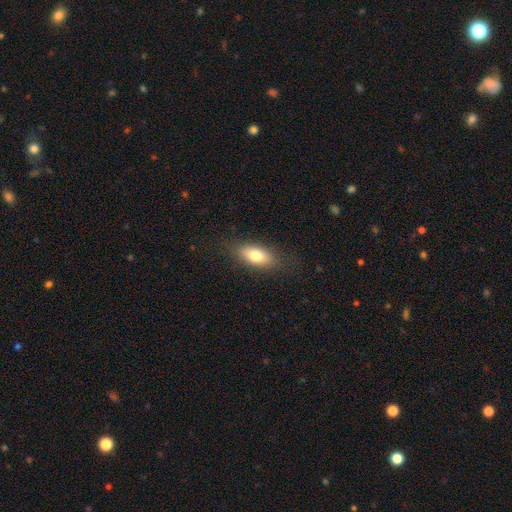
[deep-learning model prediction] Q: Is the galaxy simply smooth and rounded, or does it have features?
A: smooth — 78%.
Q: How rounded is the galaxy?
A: in between — 81%.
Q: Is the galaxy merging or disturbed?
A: none — 82%.